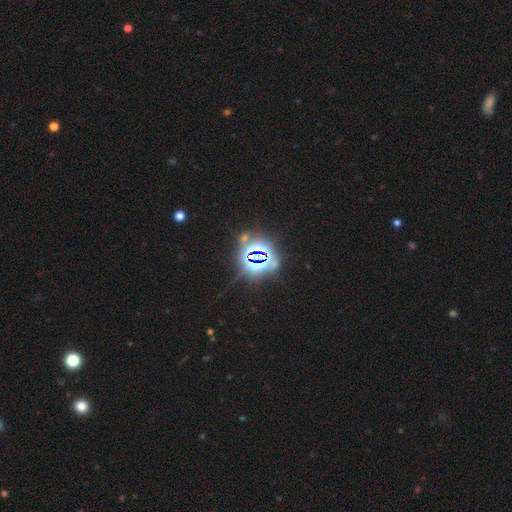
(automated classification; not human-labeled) Q: Smooth or featured?
A: star or artifact (80%); runner-up: smooth (12%)